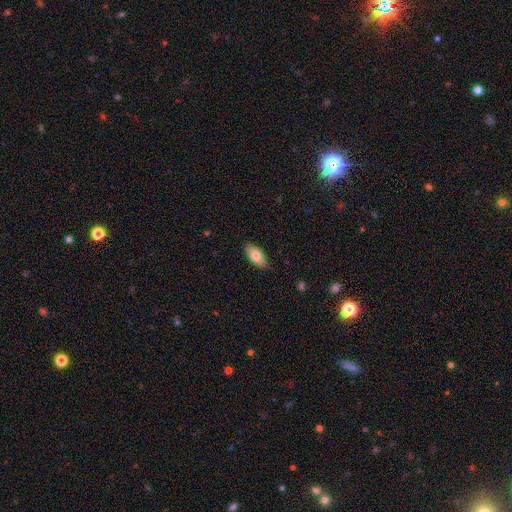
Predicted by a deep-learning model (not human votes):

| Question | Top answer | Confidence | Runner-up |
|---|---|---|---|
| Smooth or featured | smooth | 81% | featured or disk (12%) |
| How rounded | in between | 91% | cigar-shaped (7%) |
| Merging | none | 86% | minor disturbance (11%) |